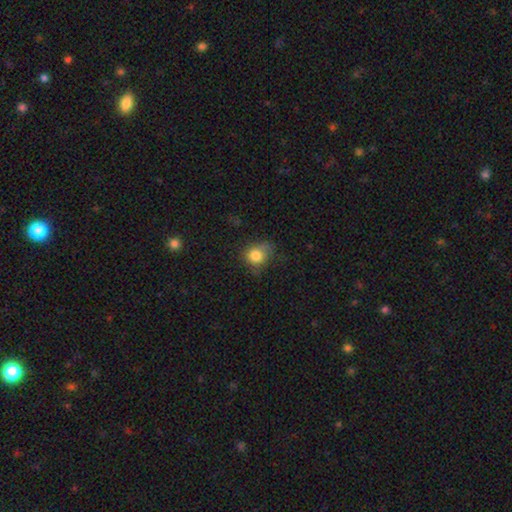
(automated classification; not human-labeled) A smooth galaxy with no disk features (80%) that is round (62%).

Vote fractions:
- Smooth or featured? smooth: 80% / star or artifact: 11% / featured or disk: 9%
- How rounded? round: 62% / in between: 37% / cigar-shaped: 1%
- Merging? none: 52% / minor disturbance: 32% / major disturbance: 14% / merger: 2%